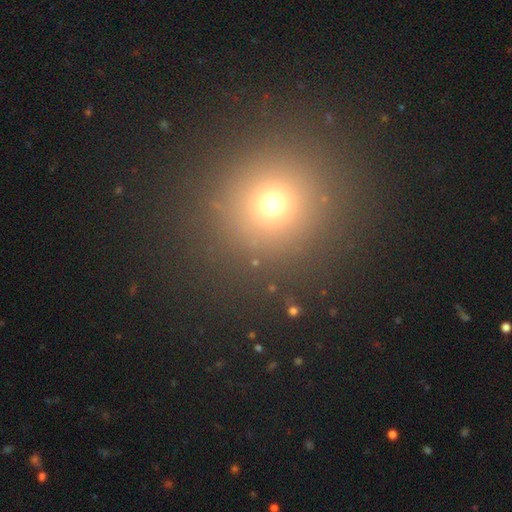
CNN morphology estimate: smooth-or-featured: smooth: 65% | star or artifact: 27% | featured or disk: 8%
  how-rounded: round: 92% | in between: 7% | cigar-shaped: 1%
  merging: none: 90% | minor disturbance: 5% | major disturbance: 3% | merger: 2%